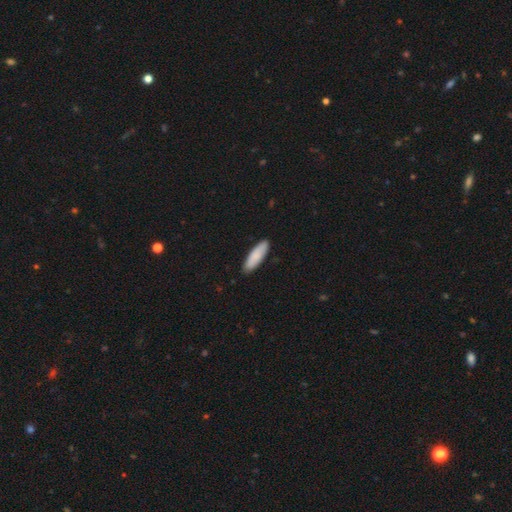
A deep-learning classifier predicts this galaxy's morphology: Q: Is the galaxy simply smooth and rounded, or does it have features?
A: smooth — 87%.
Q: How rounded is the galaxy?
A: cigar-shaped — 55%.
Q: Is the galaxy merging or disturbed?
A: none — 88%.